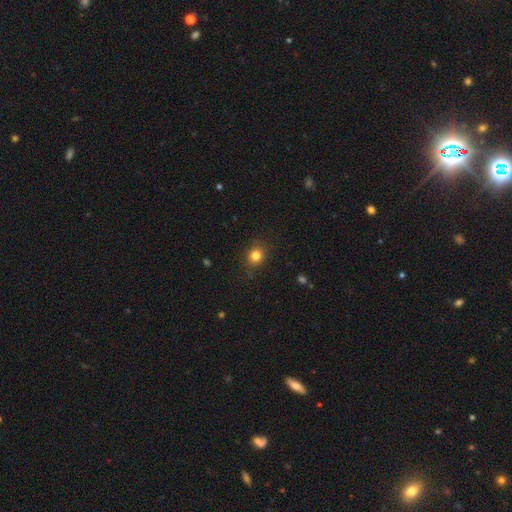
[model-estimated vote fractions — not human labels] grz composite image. It shows a smooth galaxy with no disk features (82%) that is round (77%). Merging: none (85%).